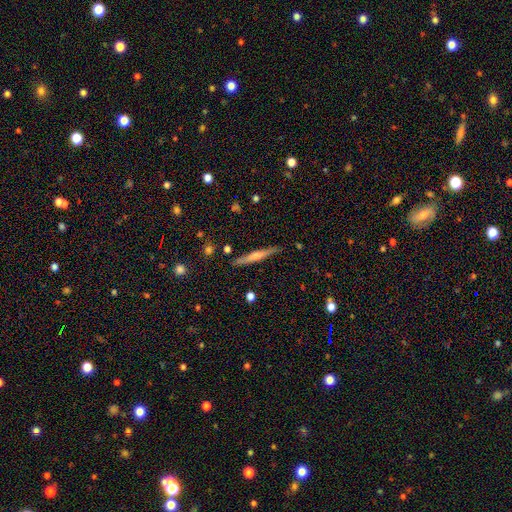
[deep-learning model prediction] smooth-or-featured: featured or disk: 58% | smooth: 36% | star or artifact: 7%
  disk-edge-on: yes: 97% | no: 3%
    edge-on-bulge: rounded: 60% | none: 31% | boxy: 9%
  merging: none: 88% | minor disturbance: 9% | major disturbance: 2% | merger: 2%